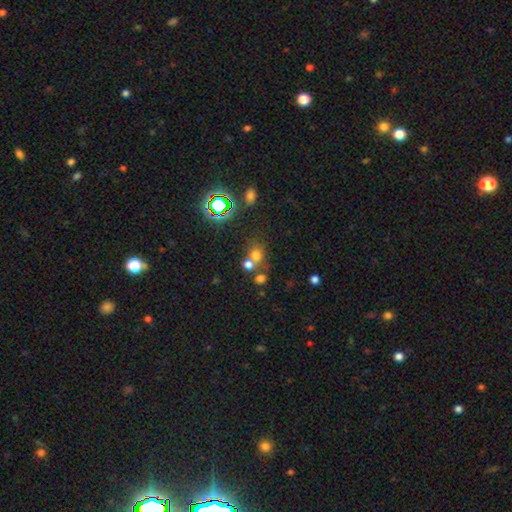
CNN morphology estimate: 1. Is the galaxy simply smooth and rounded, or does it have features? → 63% smooth, 25% star or artifact, 11% featured or disk.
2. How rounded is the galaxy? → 72% round, 27% in between, 1% cigar-shaped.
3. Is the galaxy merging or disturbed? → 46% none, 41% merger, 8% minor disturbance, 5% major disturbance.